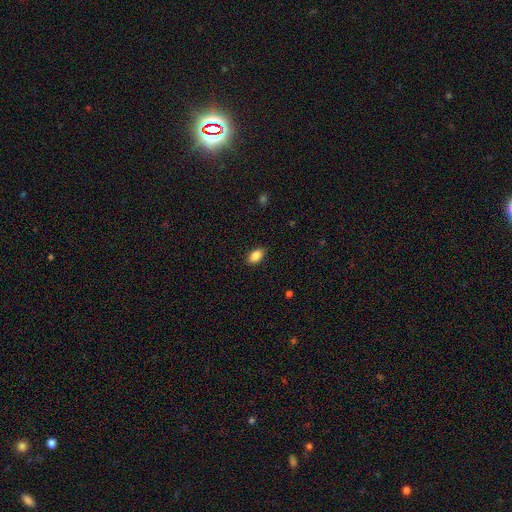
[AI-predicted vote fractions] Morphology: type=smooth (87%); roundness=in between (90%); merging=none (88%).